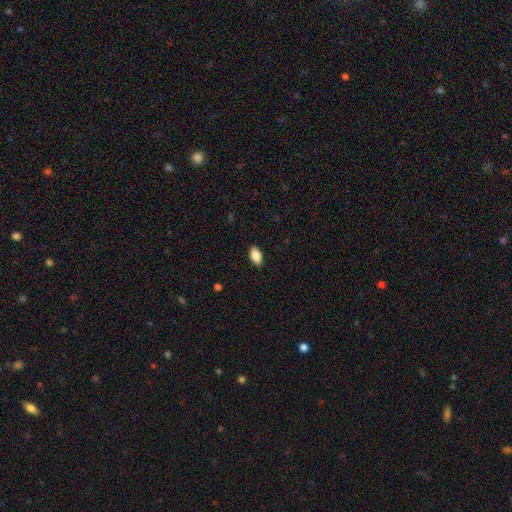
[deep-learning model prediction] Smooth or featured? Predicted: smooth (p=0.85). How rounded? Predicted: in between (p=0.91). Merging? Predicted: none (p=0.88).